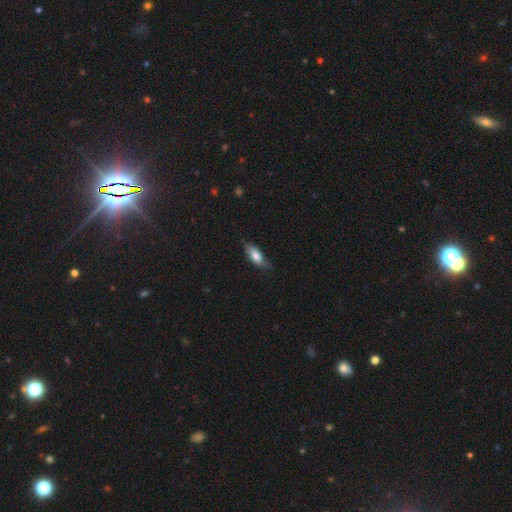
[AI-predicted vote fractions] Smooth or featured? Predicted: smooth (p=0.73). How rounded? Predicted: in between (p=0.74). Merging? Predicted: none (p=0.66).